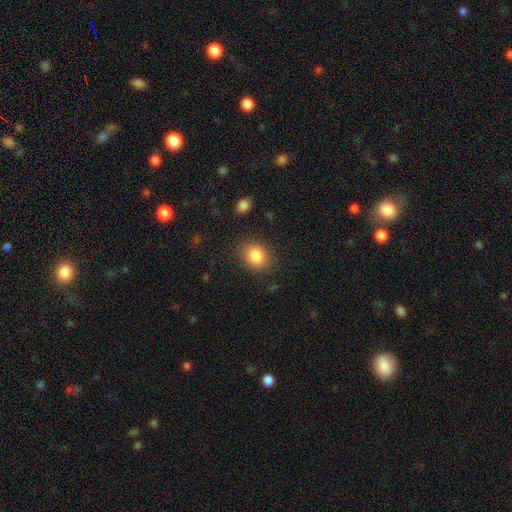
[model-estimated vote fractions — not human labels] Smooth or featured? smooth (84%)
How rounded? round (63%)
Merging? none (84%)